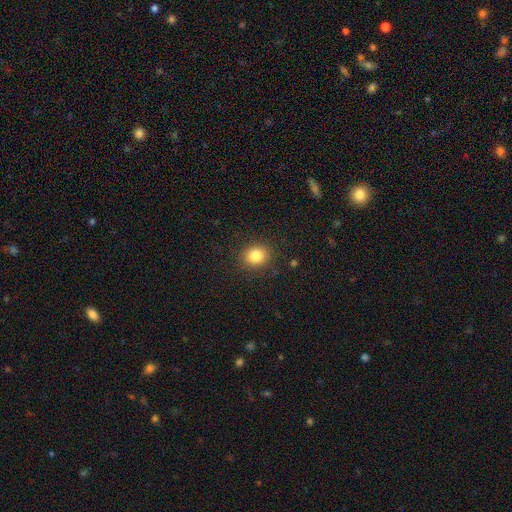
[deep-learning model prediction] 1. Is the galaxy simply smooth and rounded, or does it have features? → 83% smooth, 11% star or artifact, 6% featured or disk.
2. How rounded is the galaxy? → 64% round, 35% in between, 1% cigar-shaped.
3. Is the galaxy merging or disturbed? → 87% none, 9% minor disturbance, 3% major disturbance, 1% merger.